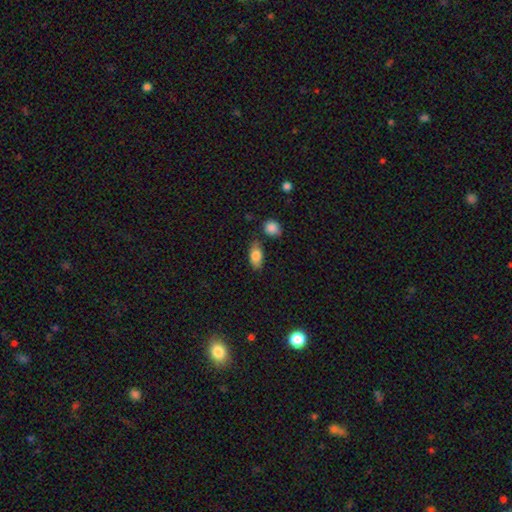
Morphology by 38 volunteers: This is clearly a smooth galaxy (82%). How rounded: clearly in between (94%). Merging: likely none (71%).